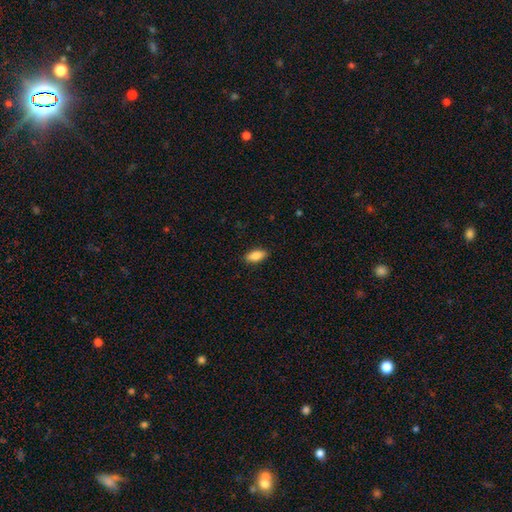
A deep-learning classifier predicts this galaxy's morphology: Q: Smooth or featured?
A: smooth (86%); runner-up: featured or disk (7%)
Q: How rounded?
A: in between (85%); runner-up: cigar-shaped (12%)
Q: Merging?
A: none (89%); runner-up: minor disturbance (8%)